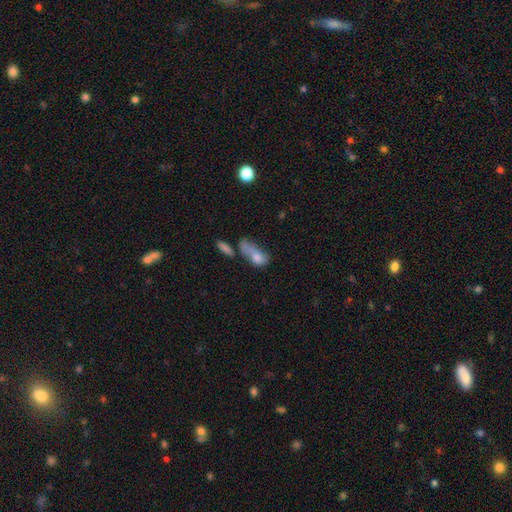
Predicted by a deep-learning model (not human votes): Morphology: type=smooth (71%); roundness=in between (80%); merging=merger (42%).